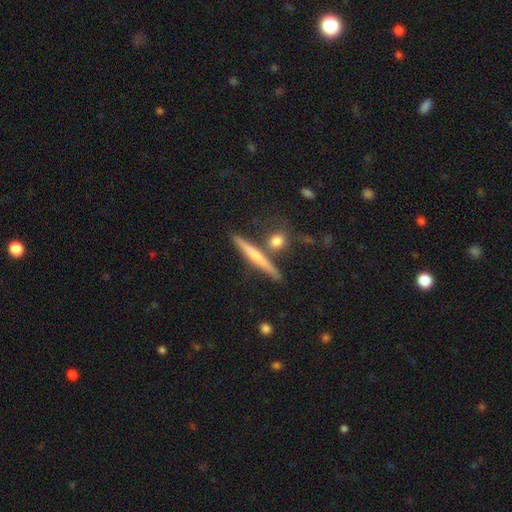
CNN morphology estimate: This is possibly a featured or disk galaxy (50%). Merging: likely none (77%).